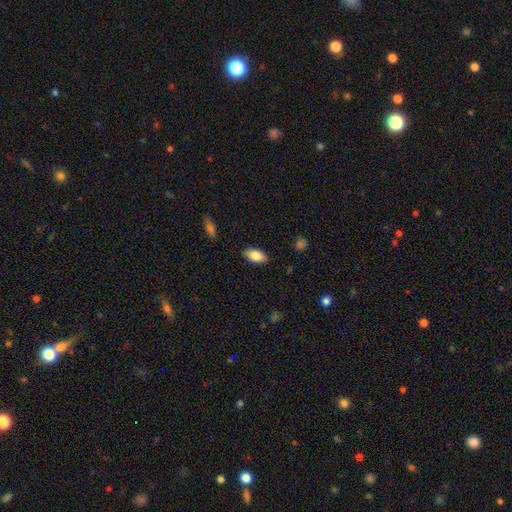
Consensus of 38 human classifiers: Q: Smooth or featured?
A: smooth (79%); runner-up: featured or disk (13%)
Q: How rounded?
A: in between (93%); runner-up: round (3%)
Q: Merging?
A: none (86%); runner-up: minor disturbance (14%)